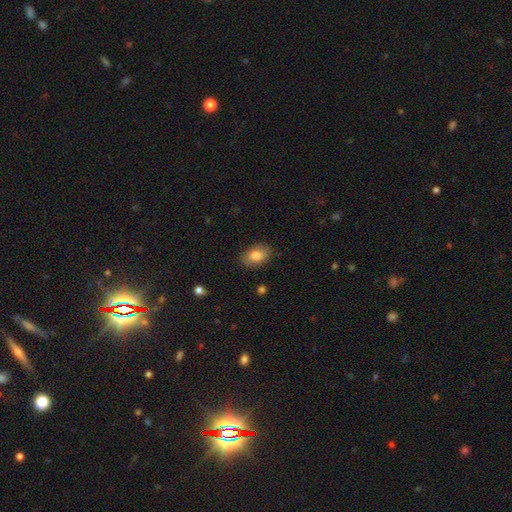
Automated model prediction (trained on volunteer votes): This appears to be a smooth galaxy with no disk features (82%) that is in between round and cigar-shaped (85%). Merging: none (86%).